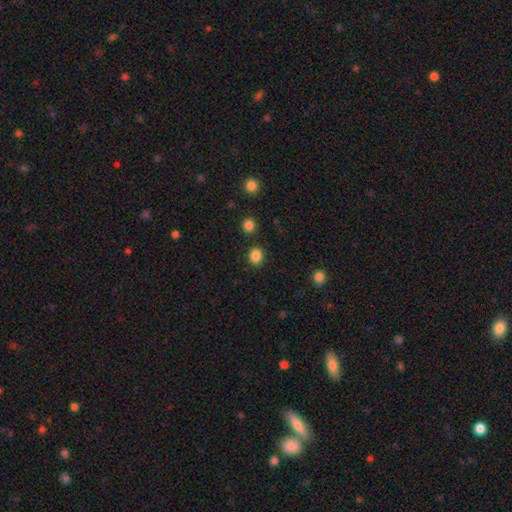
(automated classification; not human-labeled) Morphology: type=smooth (86%); roundness=round (61%); merging=none (85%).